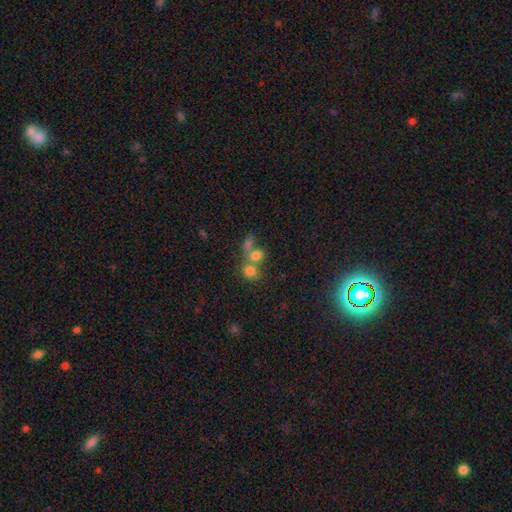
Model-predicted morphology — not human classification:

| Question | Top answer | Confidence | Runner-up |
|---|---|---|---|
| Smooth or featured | smooth | 72% | star or artifact (15%) |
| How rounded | round | 62% | in between (36%) |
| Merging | merger | 50% | none (36%) |